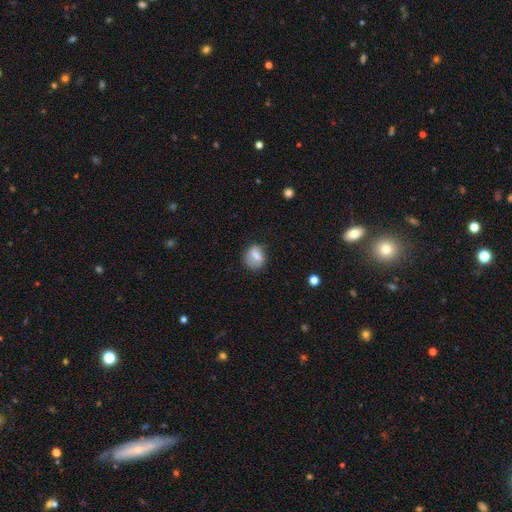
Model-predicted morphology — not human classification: A smooth galaxy with no disk features (73%) that is round (56%). Merging: none (65%).